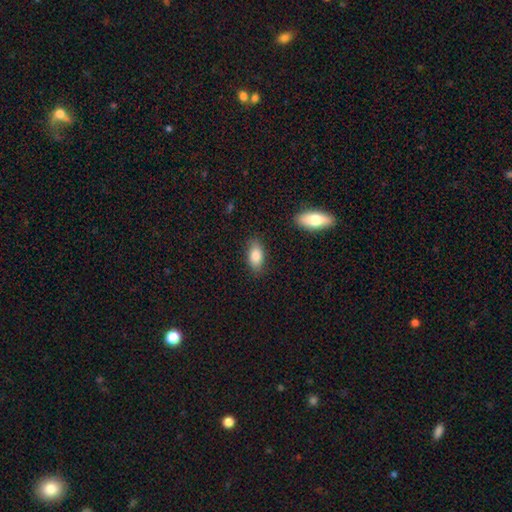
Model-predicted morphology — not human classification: smooth_or_featured: smooth (p=0.84) [alt: featured or disk p=0.09]
how_rounded: in between (p=0.91) [alt: round p=0.05]
merging: none (p=0.82) [alt: minor disturbance p=0.13]